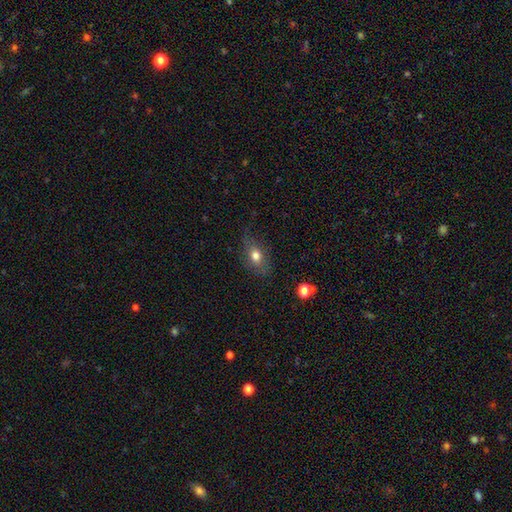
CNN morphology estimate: smooth_or_featured: smooth (p=0.73) [alt: featured or disk p=0.16]
how_rounded: in between (p=0.73) [alt: round p=0.22]
merging: none (p=0.66) [alt: minor disturbance p=0.23]